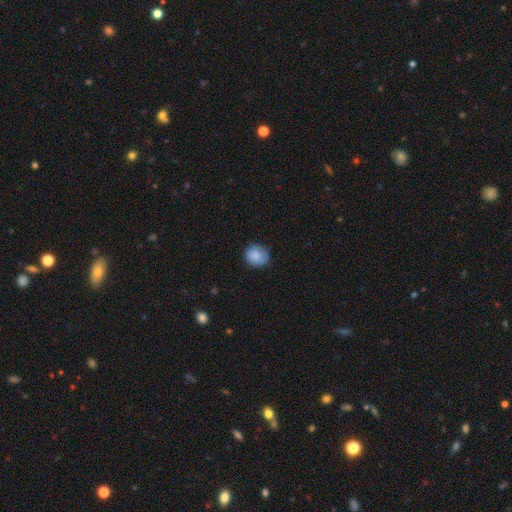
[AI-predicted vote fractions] Smooth or featured? smooth (85%)
How rounded? round (80%)
Merging? none (76%)